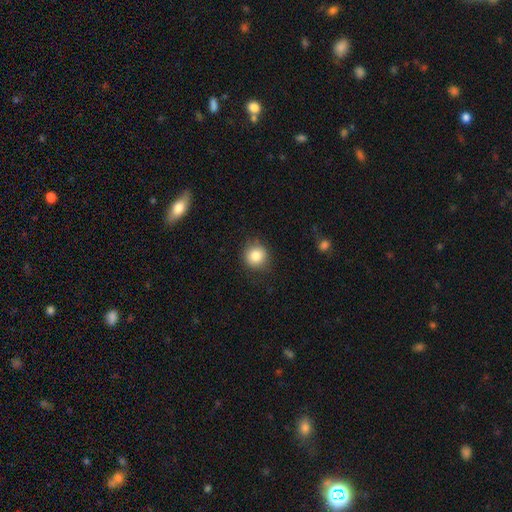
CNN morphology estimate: A smooth galaxy with no disk features (84%) that is round (89%). Merging: none (83%).